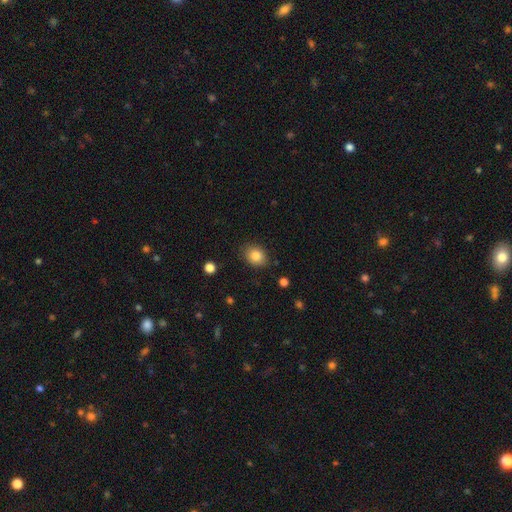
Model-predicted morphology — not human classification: Smooth or featured? smooth (85%)
How rounded? in between (54%)
Merging? none (84%)